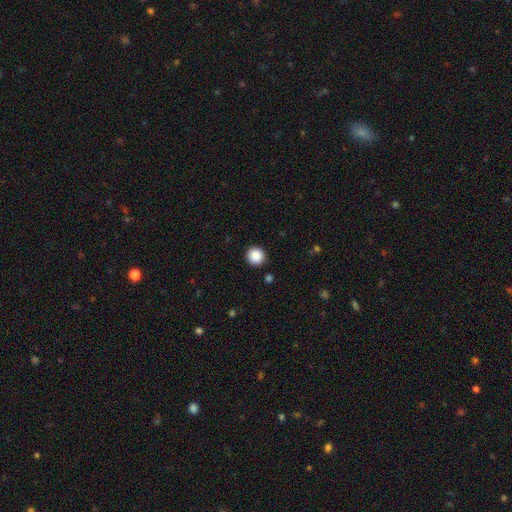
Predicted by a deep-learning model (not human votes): A smooth galaxy with no disk features (88%) that is round (95%). Merging: none (92%).